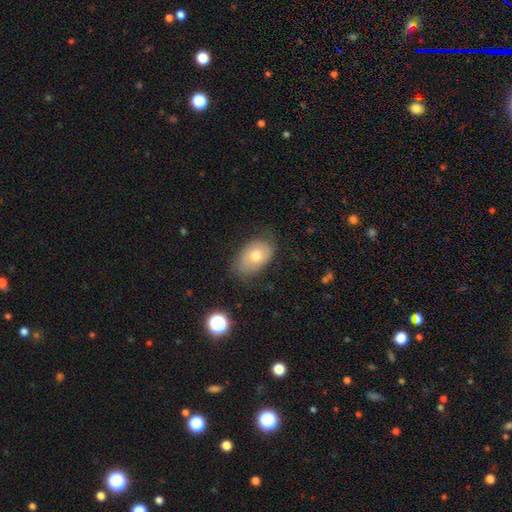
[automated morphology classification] Smooth or featured? smooth (68%)
How rounded? in between (86%)
Merging? none (67%)